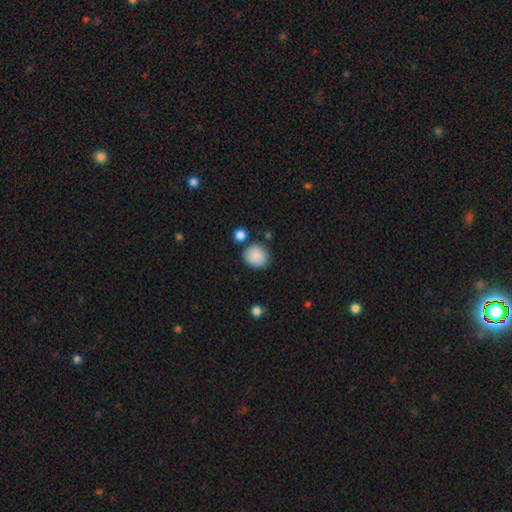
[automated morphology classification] smooth-or-featured: smooth: 88% | star or artifact: 8% | featured or disk: 4%
  how-rounded: round: 75% | in between: 24% | cigar-shaped: 1%
  merging: none: 75% | minor disturbance: 14% | merger: 7% | major disturbance: 4%